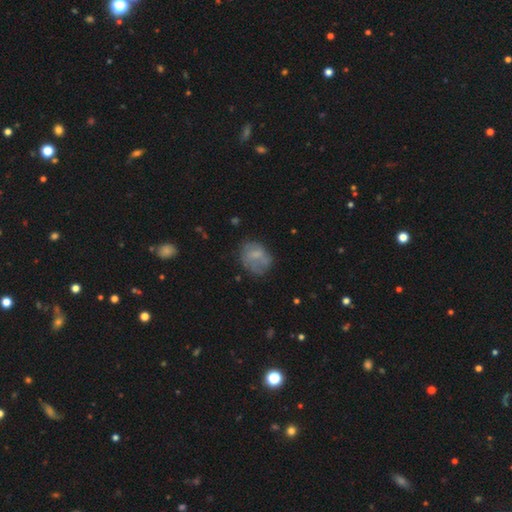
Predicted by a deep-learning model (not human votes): The model was most divided on "how rounded" (2-way tie): round: 49%, in between: 49%, cigar-shaped: 1%. More confident: smooth or featured — smooth (59%); merging — none (52%).